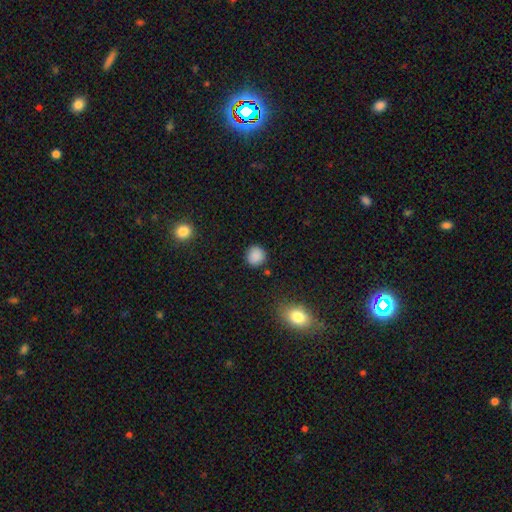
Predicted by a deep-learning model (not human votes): Overall: smooth (86%). How rounded: round (89%). Merging: none (87%).